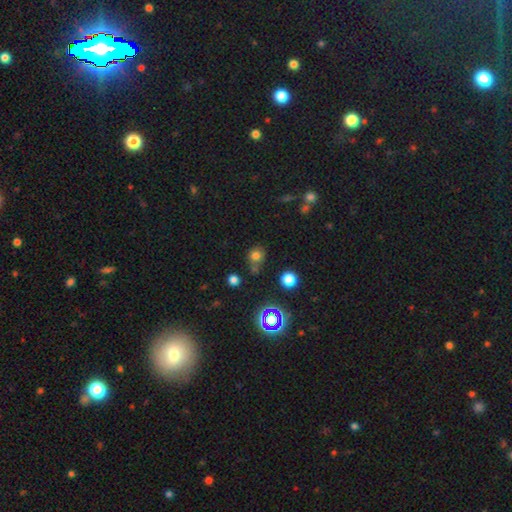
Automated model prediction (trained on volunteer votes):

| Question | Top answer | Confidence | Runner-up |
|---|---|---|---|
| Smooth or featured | smooth | 69% | star or artifact (22%) |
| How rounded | round | 76% | in between (23%) |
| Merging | none | 63% | minor disturbance (17%) |